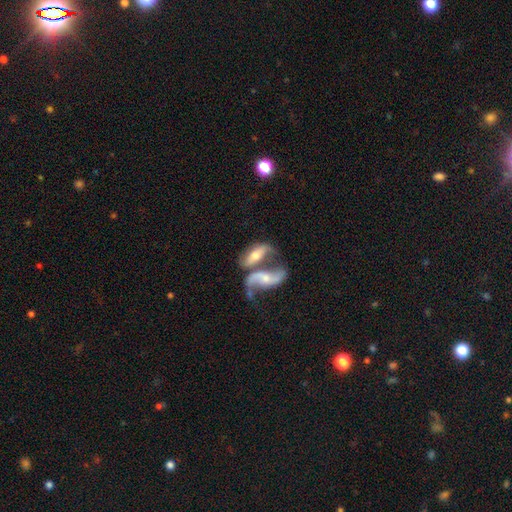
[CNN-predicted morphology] This appears to be a featured or disk galaxy (61%) with no bar (53%), spiral arms (73%) and a moderate central bulge (48%). Merging: merger (64%).